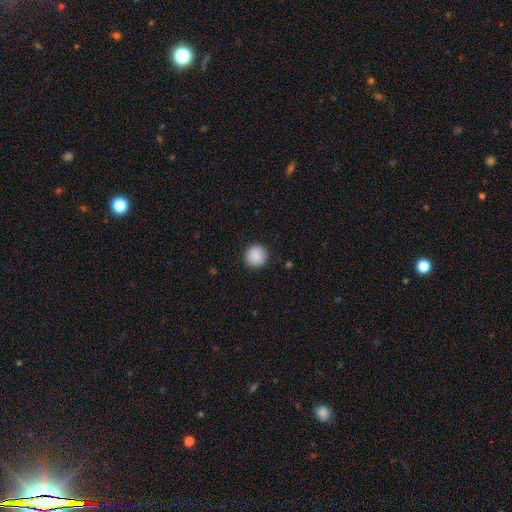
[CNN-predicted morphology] smooth-or-featured: smooth: 88% | star or artifact: 8% | featured or disk: 4%
  how-rounded: round: 94% | in between: 5% | cigar-shaped: 1%
  merging: none: 90% | minor disturbance: 7% | major disturbance: 2% | merger: 1%